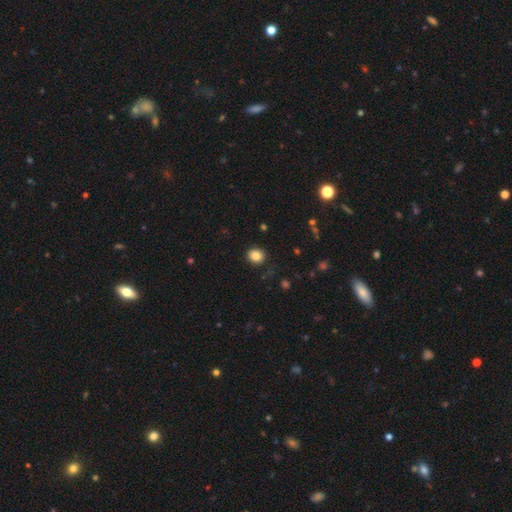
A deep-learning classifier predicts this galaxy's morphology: smooth-or-featured: smooth: 85% | star or artifact: 10% | featured or disk: 5%
  how-rounded: round: 76% | in between: 23% | cigar-shaped: 1%
  merging: none: 87% | minor disturbance: 9% | major disturbance: 3% | merger: 1%